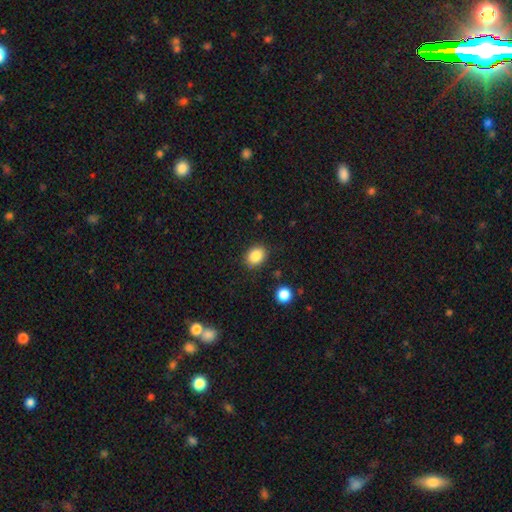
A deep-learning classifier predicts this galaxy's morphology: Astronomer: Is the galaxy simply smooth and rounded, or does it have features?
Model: smooth — 85%.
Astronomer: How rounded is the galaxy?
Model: round — 51% (runner-up: in between, 48%).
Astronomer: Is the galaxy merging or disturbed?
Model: none — 86%.